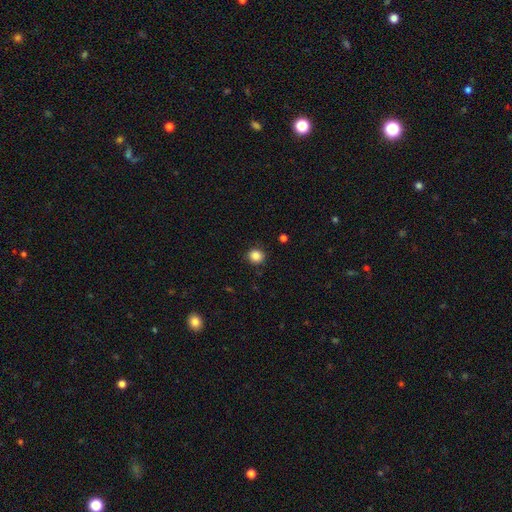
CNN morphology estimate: Smooth or featured? Predicted: smooth (p=0.86). How rounded? Predicted: round (p=0.87). Merging? Predicted: none (p=0.89).